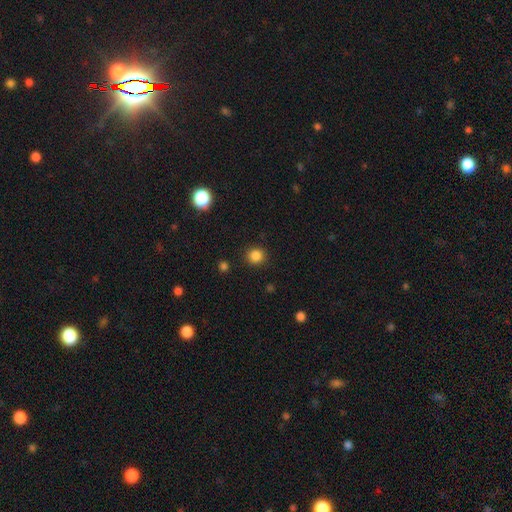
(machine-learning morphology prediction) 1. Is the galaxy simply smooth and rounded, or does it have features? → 85% smooth, 12% star or artifact, 3% featured or disk.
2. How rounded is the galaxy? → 90% round, 9% in between, 1% cigar-shaped.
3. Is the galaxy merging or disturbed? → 90% none, 6% minor disturbance, 2% major disturbance, 1% merger.